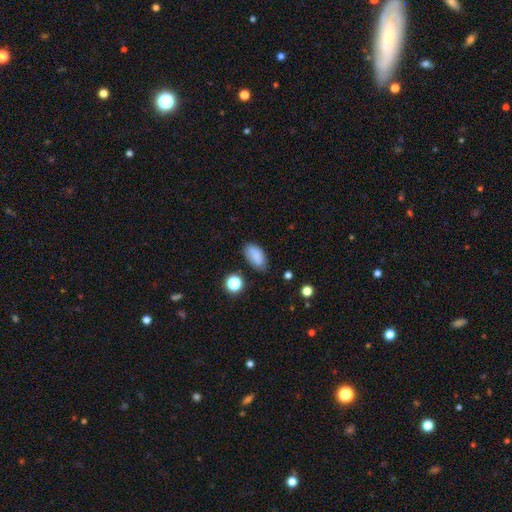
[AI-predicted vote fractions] Q: Smooth or featured?
A: smooth (82%); runner-up: star or artifact (10%)
Q: How rounded?
A: in between (92%); runner-up: round (5%)
Q: Merging?
A: none (73%); runner-up: minor disturbance (19%)